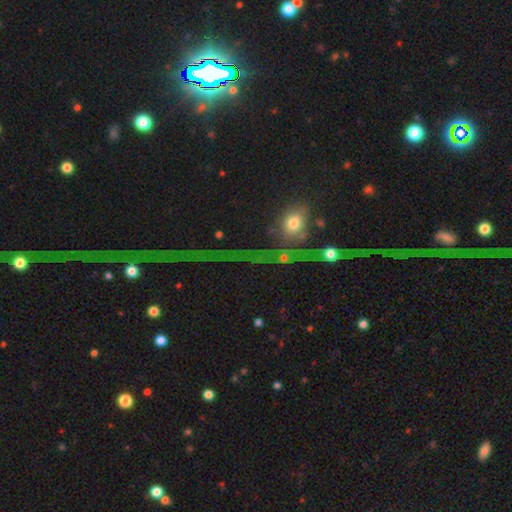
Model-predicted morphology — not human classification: A star or artifact, not a galaxy (65%).